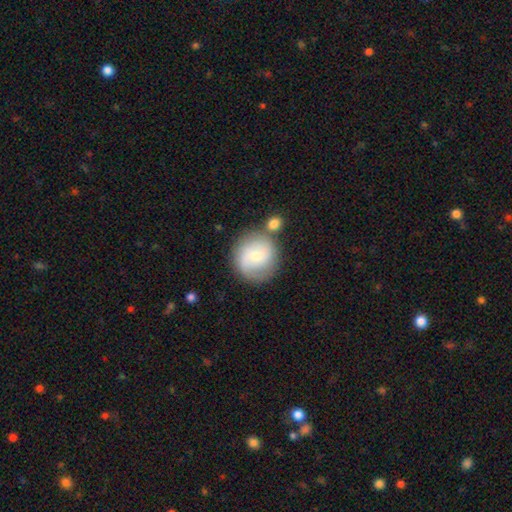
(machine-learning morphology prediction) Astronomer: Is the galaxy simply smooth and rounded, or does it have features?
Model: smooth — 48% (runner-up: featured or disk, 44%).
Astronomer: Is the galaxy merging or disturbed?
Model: none — 62%.